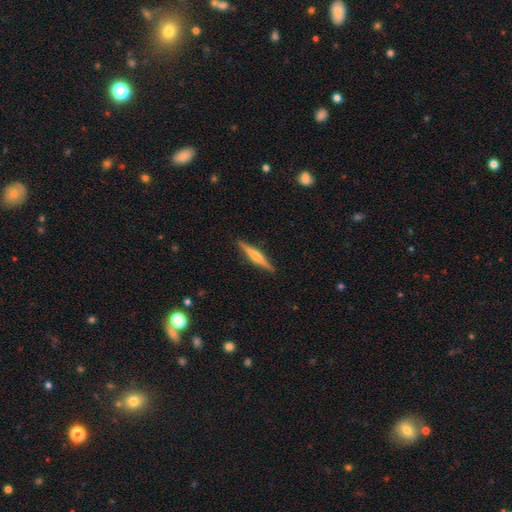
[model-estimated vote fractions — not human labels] Morphology: type=featured or disk (61%); edge-on=yes (98%); edge-on bulge=rounded (71%); merging=none (91%).